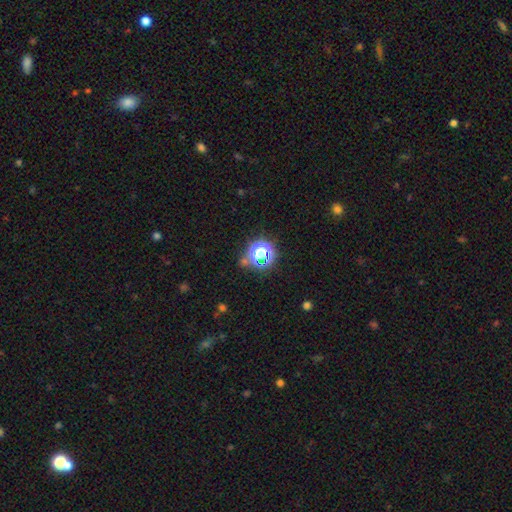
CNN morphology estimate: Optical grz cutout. It shows a star or artifact, not a galaxy (70%).